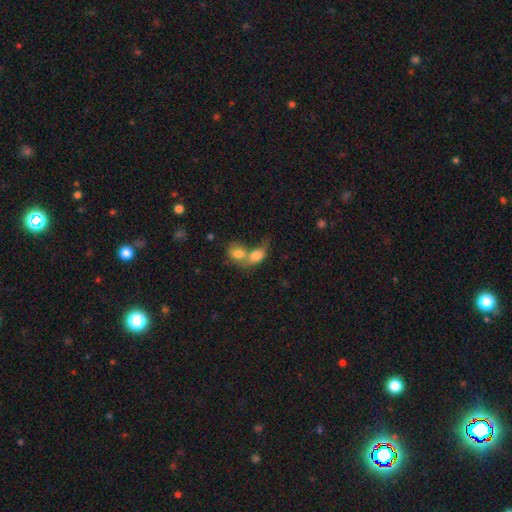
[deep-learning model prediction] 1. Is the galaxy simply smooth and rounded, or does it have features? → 79% smooth, 13% featured or disk, 8% star or artifact.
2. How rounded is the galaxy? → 73% in between, 24% round, 2% cigar-shaped.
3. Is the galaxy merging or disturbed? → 73% merger, 15% none, 7% minor disturbance, 5% major disturbance.